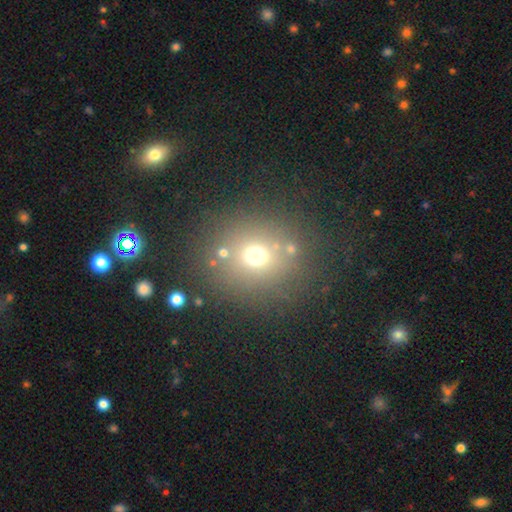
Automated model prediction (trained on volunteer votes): The model was most divided on "smooth or featured": smooth: 65%, star or artifact: 23%, featured or disk: 12%. More confident: how rounded — round (84%); merging — none (79%).